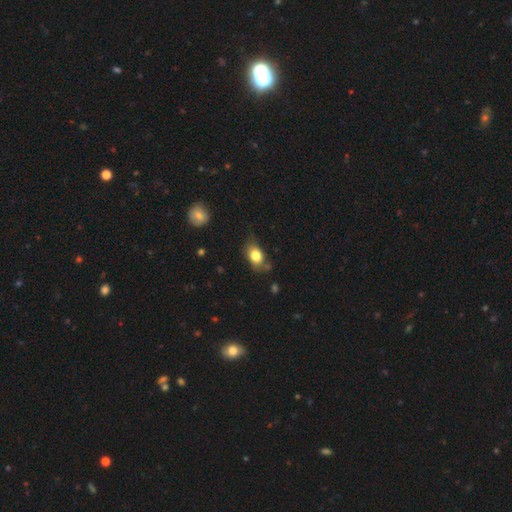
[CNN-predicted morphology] The model was most divided on "merging": none: 62%, minor disturbance: 28%, major disturbance: 7%, merger: 3%. More confident: how rounded — in between (80%); smooth or featured — smooth (79%).